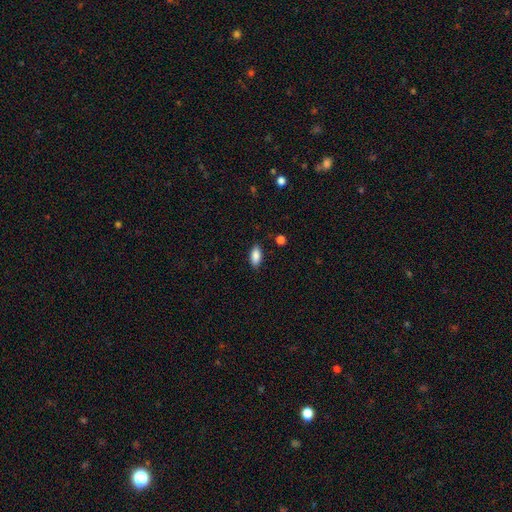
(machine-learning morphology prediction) smooth-or-featured: smooth: 87% | star or artifact: 7% | featured or disk: 6%
  how-rounded: in between: 88% | cigar-shaped: 9% | round: 3%
  merging: none: 85% | minor disturbance: 12% | major disturbance: 2% | merger: 1%